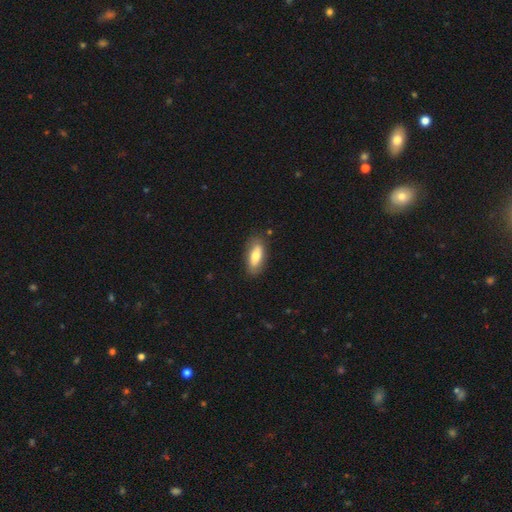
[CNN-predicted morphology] Smooth or featured?
  - smooth: 72% *
  - featured or disk: 22%
  - star or artifact: 6%
How rounded?
  - in between: 79% *
  - cigar-shaped: 19%
  - round: 3%
Merging?
  - none: 81% *
  - minor disturbance: 14%
  - major disturbance: 3%
  - merger: 2%